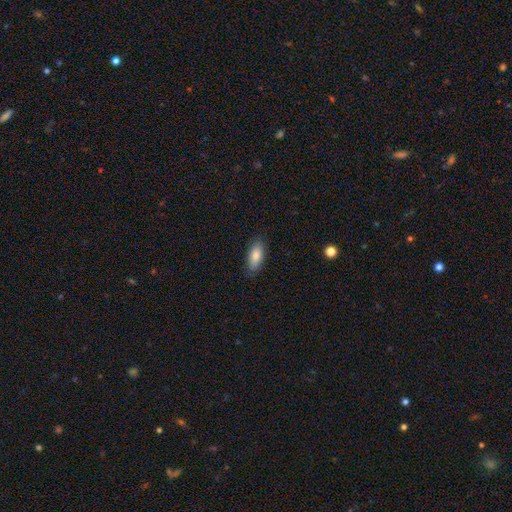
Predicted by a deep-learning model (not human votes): Overall: smooth (84%). How rounded: in between (83%). Merging: none (85%).